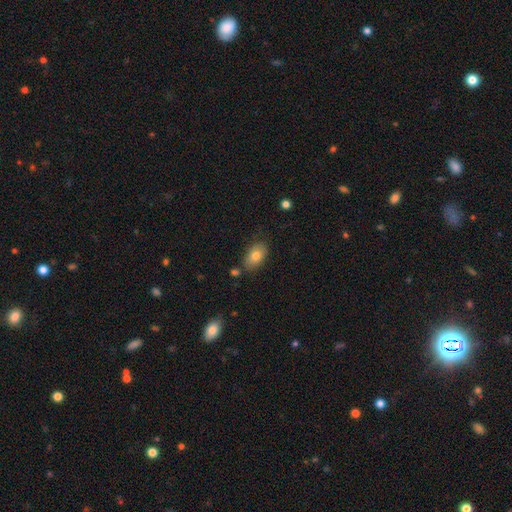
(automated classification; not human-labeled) A smooth galaxy with no disk features (79%) that is in between round and cigar-shaped (89%). Merging: none (76%).